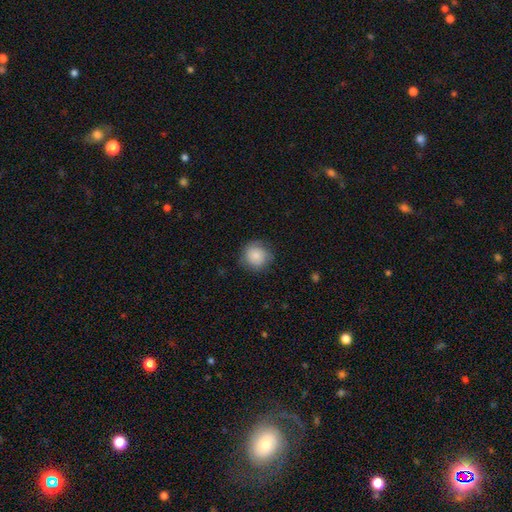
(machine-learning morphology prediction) Smooth or featured? Predicted: smooth (p=0.84). How rounded? Predicted: round (p=0.91). Merging? Predicted: none (p=0.81).